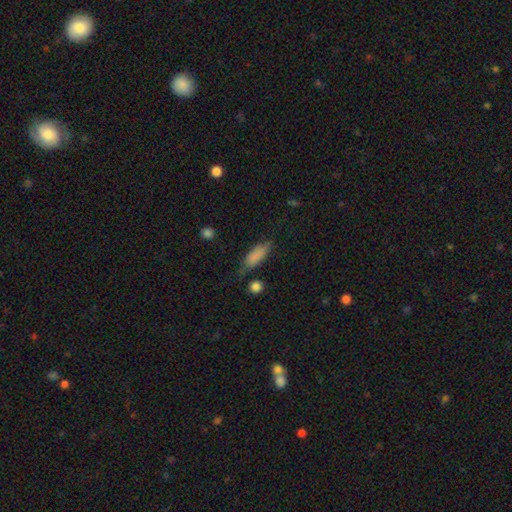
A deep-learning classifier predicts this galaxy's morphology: A smooth galaxy with no disk features (82%) that is in between round and cigar-shaped (67%).

Vote fractions:
- Smooth or featured? smooth: 82% / featured or disk: 10% / star or artifact: 8%
- How rounded? in between: 67% / cigar-shaped: 30% / round: 3%
- Merging? none: 61% / minor disturbance: 27% / major disturbance: 8% / merger: 5%